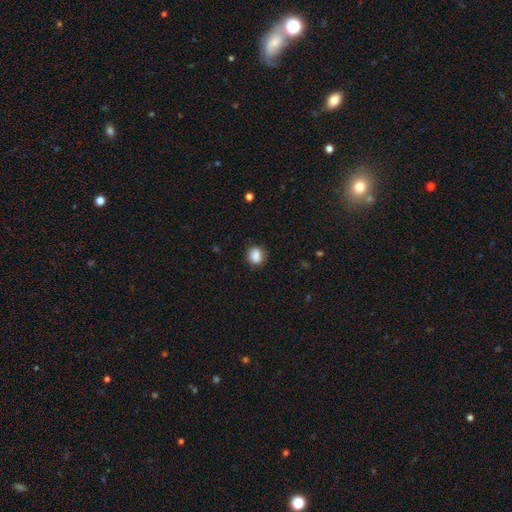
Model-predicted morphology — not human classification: smooth-or-featured: smooth: 87% | star or artifact: 9% | featured or disk: 4%
  how-rounded: round: 63% | in between: 36% | cigar-shaped: 1%
  merging: none: 82% | minor disturbance: 13% | major disturbance: 3% | merger: 2%